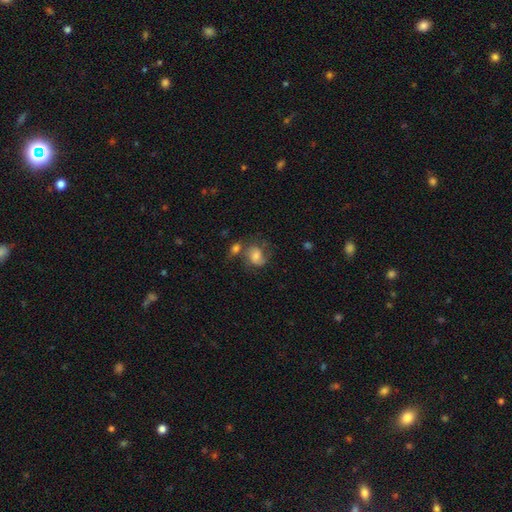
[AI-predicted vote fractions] Overall: featured or disk (56%; smooth 34%). Edge-on disk: no (97%). Bar: no (60%; weak 33%). Spiral arms: yes (88%). Bulge size: moderate (49%; small 27%). Merging: none (44%; merger 25%).